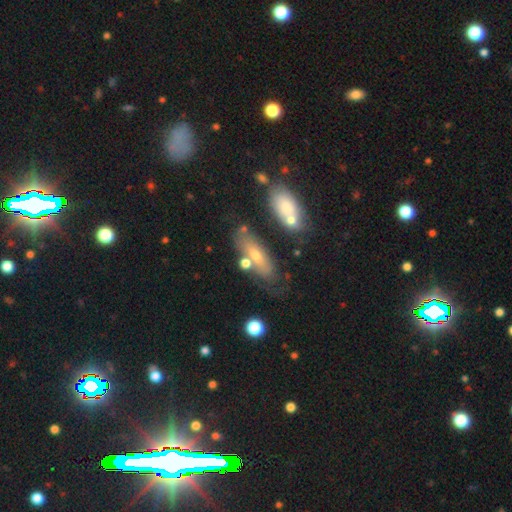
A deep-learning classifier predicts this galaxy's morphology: Smooth or featured? Predicted: smooth (p=0.49). Merging? Predicted: none (p=0.56).